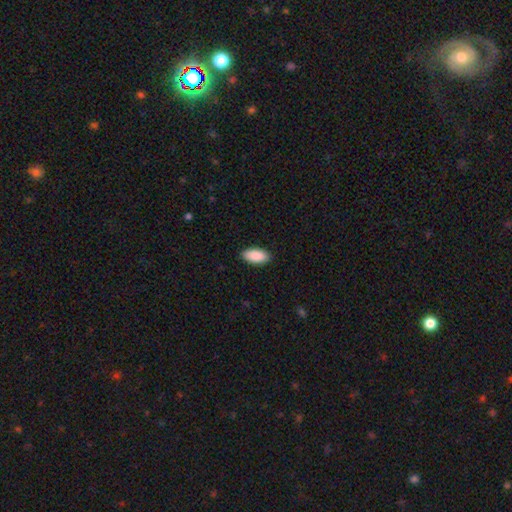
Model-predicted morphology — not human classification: This is clearly a smooth galaxy (90%). How rounded: clearly in between (93%). Merging: clearly none (89%).